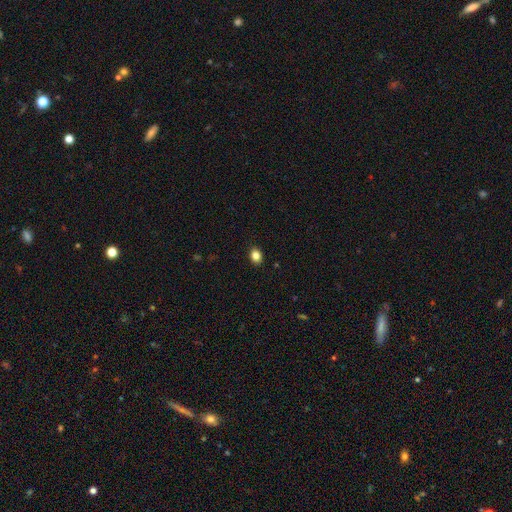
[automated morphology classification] This appears to be a smooth galaxy with no disk features (85%) that is in between round and cigar-shaped (58%). Merging: none (90%).